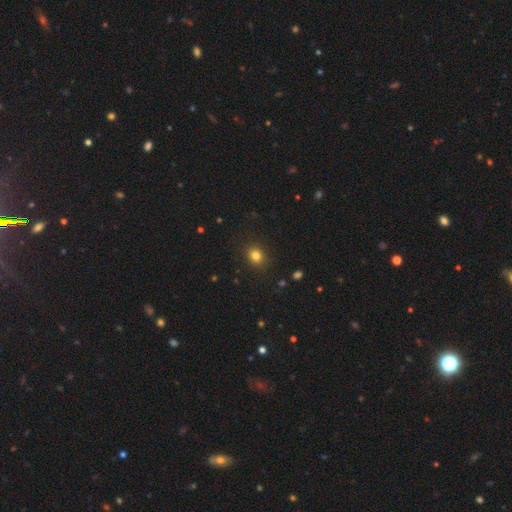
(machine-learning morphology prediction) This is clearly a smooth galaxy (81%). How rounded: likely round (72%). Merging: clearly none (89%).